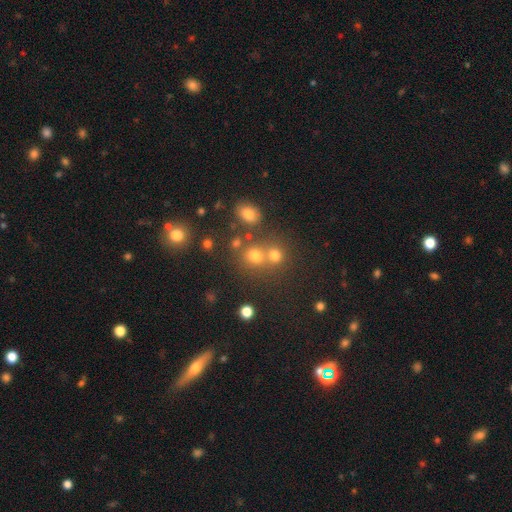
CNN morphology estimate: Smooth or featured? Predicted: smooth (p=0.68). How rounded? Predicted: round (p=0.80). Merging? Predicted: none (p=0.52).